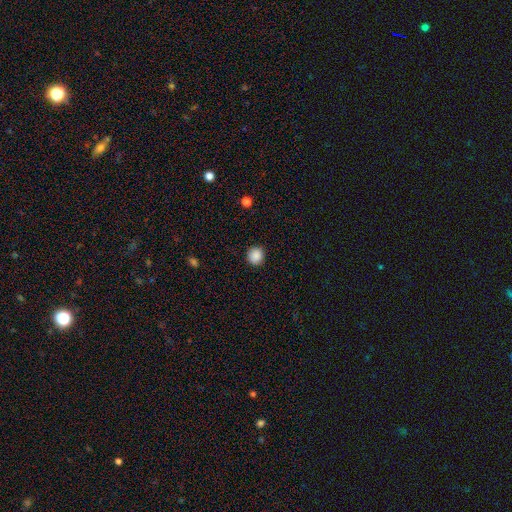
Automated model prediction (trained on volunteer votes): smooth 88%, star or artifact 10%, featured or disk 3%. Down the decision tree: how rounded — round (91%); merging — none (90%).